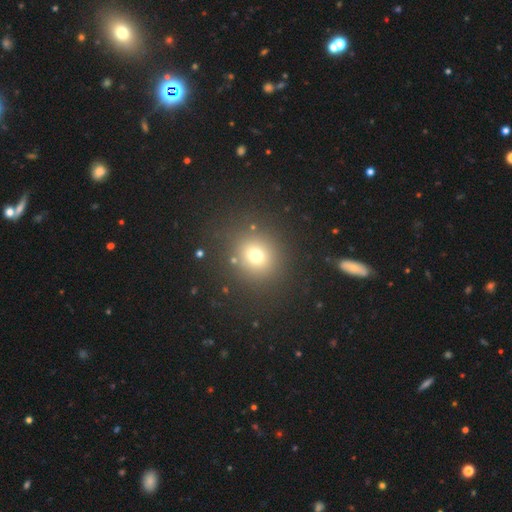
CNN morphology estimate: A smooth galaxy with no disk features (71%) that is round (85%). Merging: none (84%).